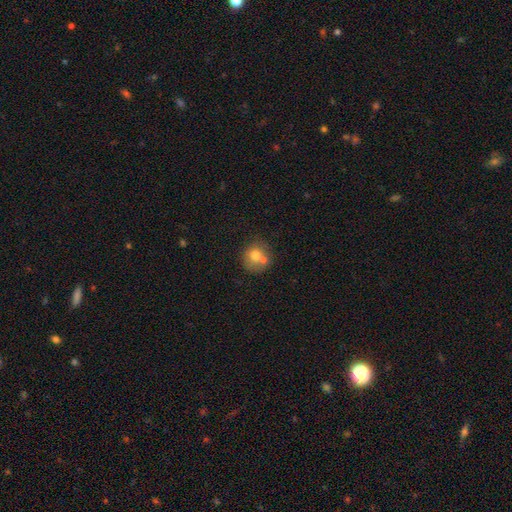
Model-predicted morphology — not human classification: A smooth galaxy with no disk features (70%) that is round (85%).

Vote fractions:
- Smooth or featured? smooth: 70% / featured or disk: 21% / star or artifact: 10%
- How rounded? round: 85% / in between: 14% / cigar-shaped: 1%
- Merging? none: 48% / merger: 36% / minor disturbance: 12% / major disturbance: 4%